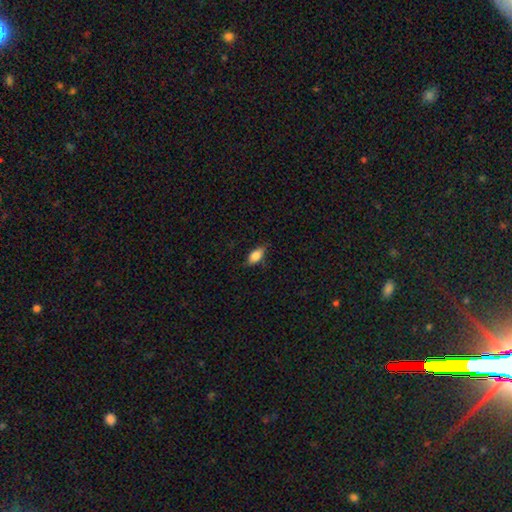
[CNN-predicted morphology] Smooth or featured? Predicted: smooth (p=0.85). How rounded? Predicted: in between (p=0.88). Merging? Predicted: none (p=0.79).